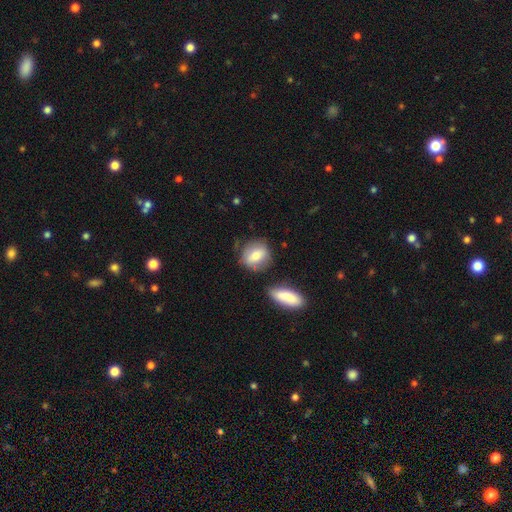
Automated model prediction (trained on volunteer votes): Q: Smooth or featured?
A: smooth (73%); runner-up: featured or disk (20%)
Q: How rounded?
A: round (53%); runner-up: in between (44%)
Q: Merging?
A: none (69%); runner-up: minor disturbance (18%)